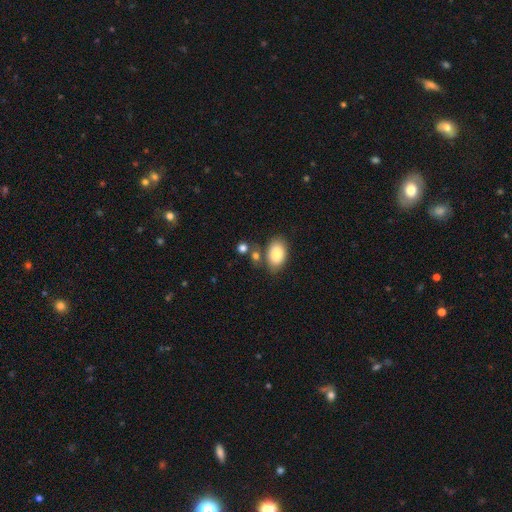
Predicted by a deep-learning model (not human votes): Smooth or featured?
  - smooth: 82% *
  - star or artifact: 10%
  - featured or disk: 8%
How rounded?
  - in between: 70% *
  - round: 29%
  - cigar-shaped: 2%
Merging?
  - none: 66% *
  - minor disturbance: 15%
  - merger: 14%
  - major disturbance: 5%